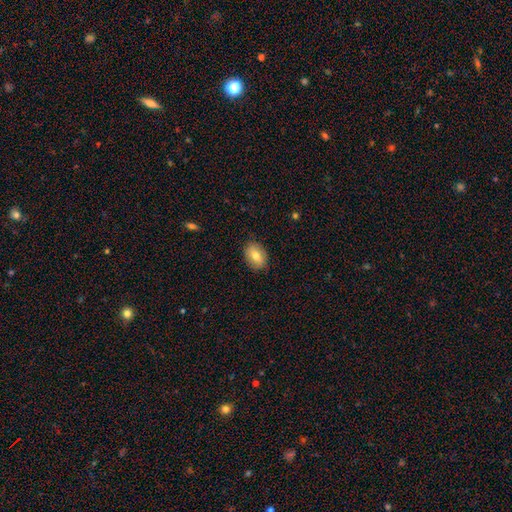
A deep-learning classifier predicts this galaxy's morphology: The model was most divided on "smooth or featured": smooth: 74%, featured or disk: 18%, star or artifact: 8%. More confident: merging — none (87%); how rounded — in between (81%).